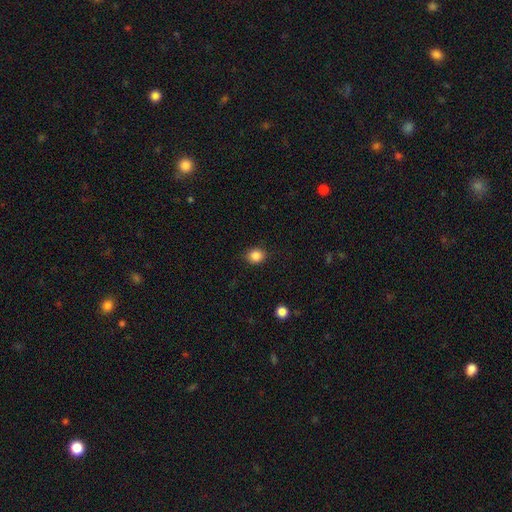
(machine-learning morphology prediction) Smooth or featured? smooth (86%)
How rounded? round (70%)
Merging? none (87%)